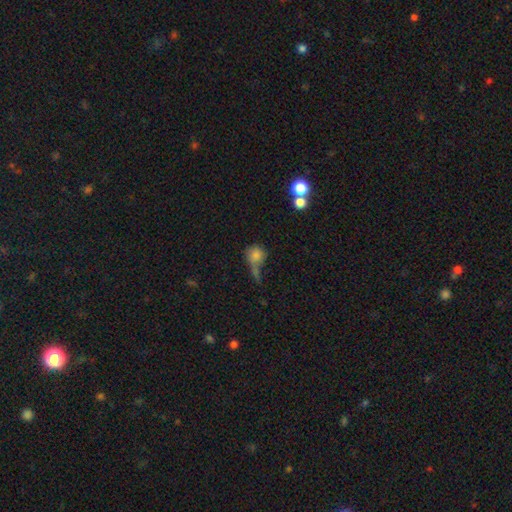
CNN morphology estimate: type=smooth (75%); roundness=round (77%); merging=none (31%).